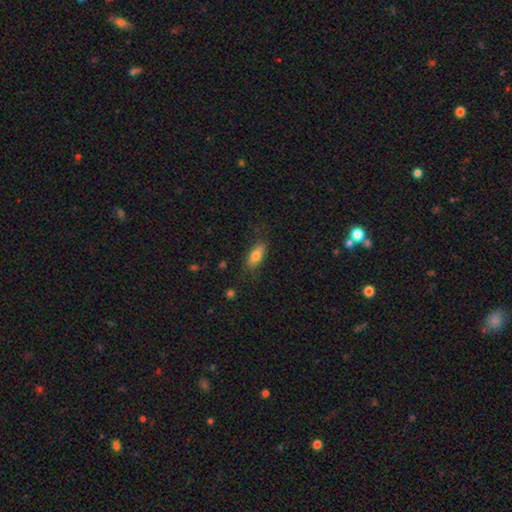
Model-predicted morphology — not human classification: Smooth or featured?
  - smooth: 78% *
  - featured or disk: 15%
  - star or artifact: 7%
How rounded?
  - in between: 81% *
  - cigar-shaped: 16%
  - round: 3%
Merging?
  - none: 76% *
  - minor disturbance: 18%
  - major disturbance: 5%
  - merger: 1%